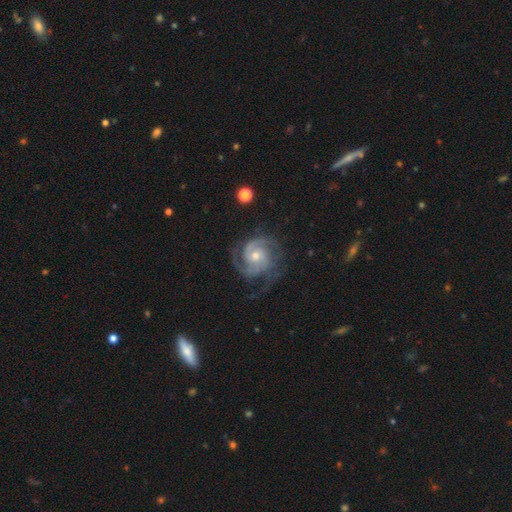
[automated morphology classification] Smooth or featured? Predicted: featured or disk (p=0.91). Edge-on disk? Predicted: no (p=0.98). Bar? Predicted: no (p=0.67). Spiral arms? Predicted: yes (p=0.98). Spiral winding? Predicted: tight (p=0.58). Spiral arm count? Predicted: 2 (p=0.43). Bulge size? Predicted: moderate (p=0.57). Merging? Predicted: none (p=0.69).